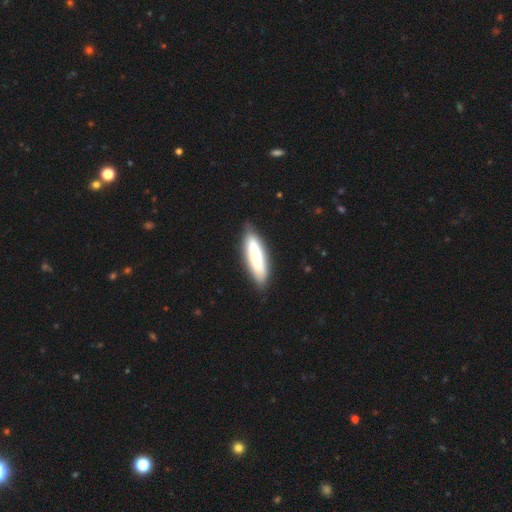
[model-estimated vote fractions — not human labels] Morphology: type=smooth (65%); roundness=cigar-shaped (57%); merging=none (81%).